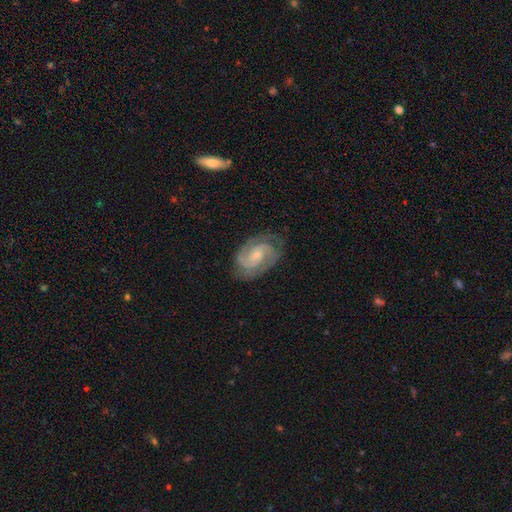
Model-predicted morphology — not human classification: A featured or disk galaxy (88%) with no bar (51%), 2 (79%) tight (52%) spiral arms (98%) and a small central bulge (59%).

Vote fractions:
- Smooth or featured? featured or disk: 88% / smooth: 7% / star or artifact: 5%
- Edge-on disk? no: 97% / yes: 3%
- Bar? no: 51% / weak: 40% / strong: 9%
- Spiral arms? yes: 98% / no: 2%
- Spiral winding? tight: 52% / medium: 41% / loose: 6%
- Spiral arm count? 2: 79% / 3: 10% / can't tell: 6% / 1: 2% / 4: 2% / more than 4: 2%
- Bulge size? small: 59% / moderate: 28% / none: 10% / large: 2% / dominant: 1%
- Merging? none: 79% / minor disturbance: 15% / major disturbance: 5% / merger: 1%